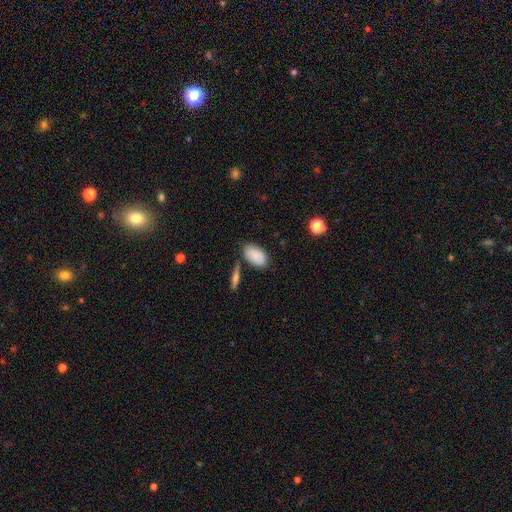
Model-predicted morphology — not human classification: Smooth or featured? Predicted: smooth (p=0.86). How rounded? Predicted: in between (p=0.93). Merging? Predicted: none (p=0.69).